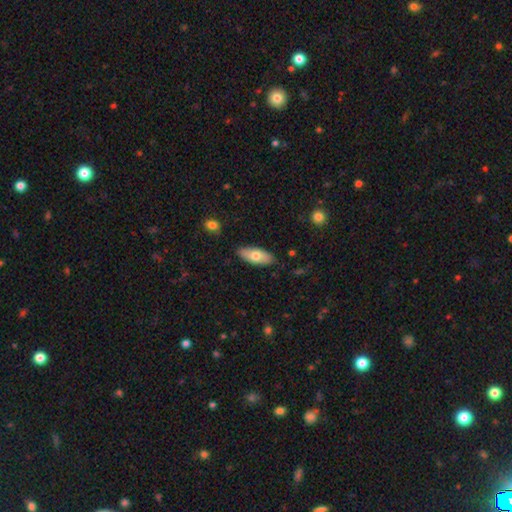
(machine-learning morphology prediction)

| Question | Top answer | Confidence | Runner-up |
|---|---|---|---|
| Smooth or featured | smooth | 70% | featured or disk (24%) |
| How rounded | in between | 81% | cigar-shaped (17%) |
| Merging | none | 86% | minor disturbance (11%) |